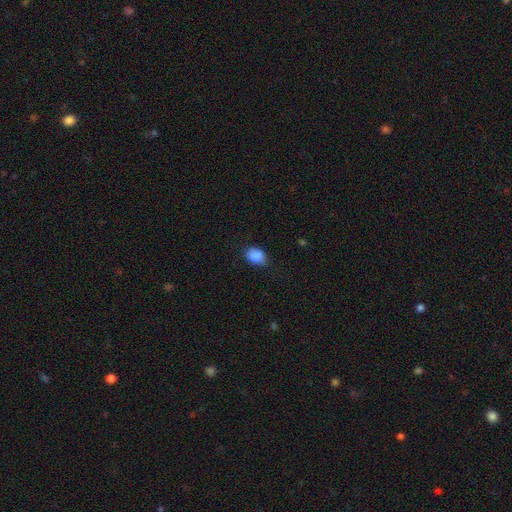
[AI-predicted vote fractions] Morphology: type=smooth (87%); roundness=in between (72%); merging=none (73%).